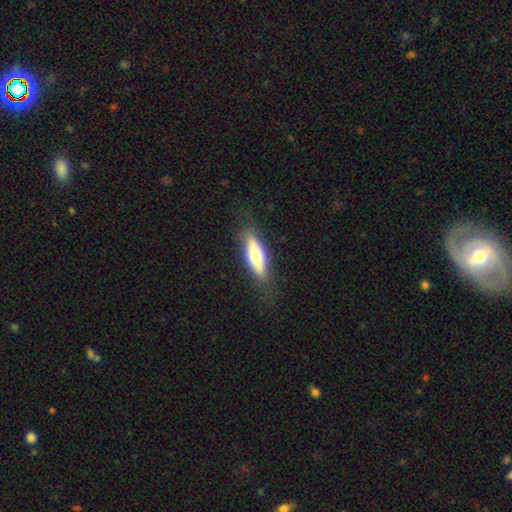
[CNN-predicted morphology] This is likely a smooth galaxy (61%). How rounded: possibly in between (54%). Merging: clearly none (80%).